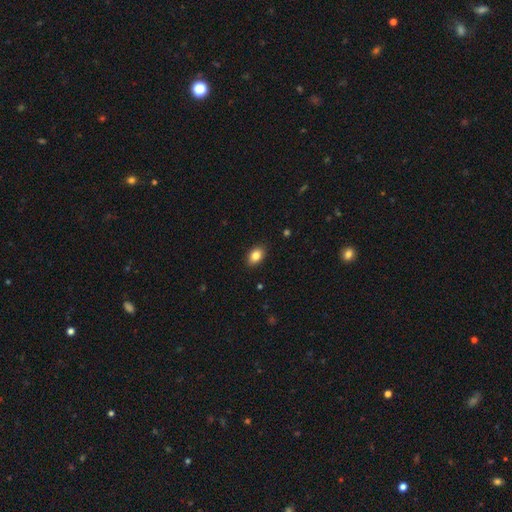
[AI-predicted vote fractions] A smooth galaxy with no disk features (85%) that is in between round and cigar-shaped (81%).

Vote fractions:
- Smooth or featured? smooth: 85% / star or artifact: 9% / featured or disk: 6%
- How rounded? in between: 81% / round: 17% / cigar-shaped: 1%
- Merging? none: 89% / minor disturbance: 8% / major disturbance: 2% / merger: 1%